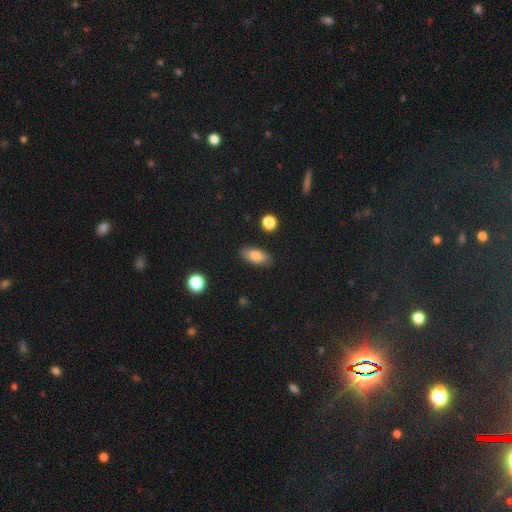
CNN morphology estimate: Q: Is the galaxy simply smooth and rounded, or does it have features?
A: smooth — 81%.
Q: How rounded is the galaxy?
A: in between — 87%.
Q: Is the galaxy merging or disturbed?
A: none — 86%.